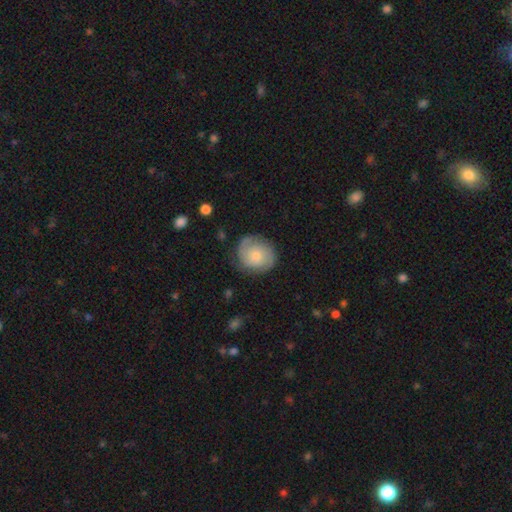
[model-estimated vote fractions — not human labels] This is possibly a featured or disk galaxy (54%). It is clearly not viewed edge-on (98%). Bar: likely no (77%). Spiral arm pattern: clearly yes (88%). Central bulge: possibly small (58%). Merging: likely none (77%).